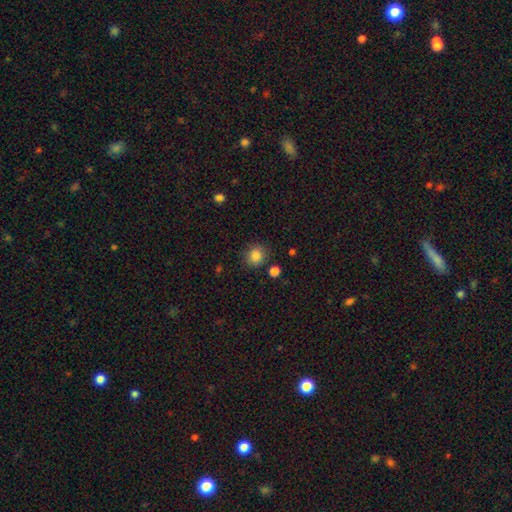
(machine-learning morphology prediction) Overall: smooth (85%). How rounded: round (79%). Merging: none (82%).